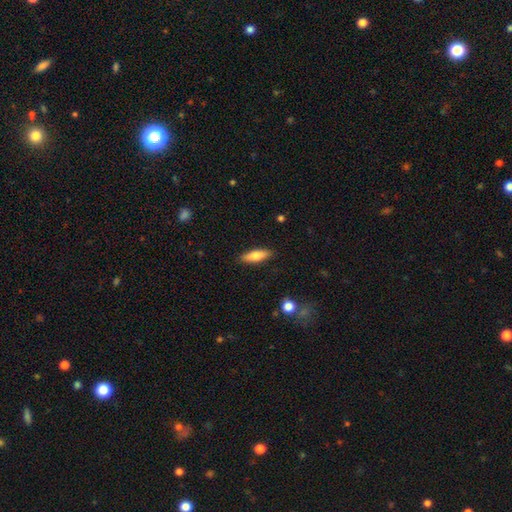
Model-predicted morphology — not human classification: Q: Smooth or featured?
A: smooth (73%); runner-up: featured or disk (20%)
Q: How rounded?
A: cigar-shaped (51%); runner-up: in between (47%)
Q: Merging?
A: none (88%); runner-up: minor disturbance (9%)